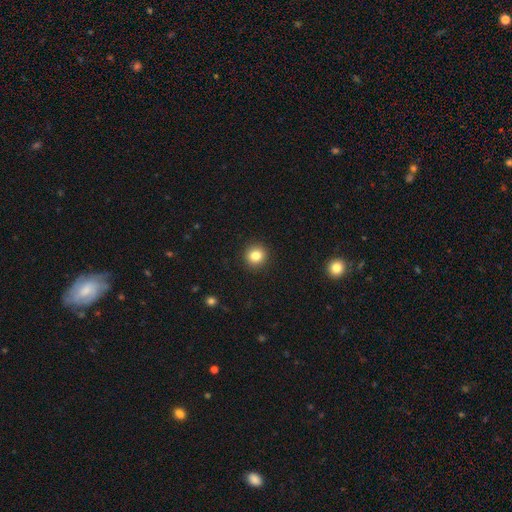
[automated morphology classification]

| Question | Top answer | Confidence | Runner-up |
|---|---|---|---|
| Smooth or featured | smooth | 83% | star or artifact (11%) |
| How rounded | round | 92% | in between (7%) |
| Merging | none | 92% | minor disturbance (5%) |